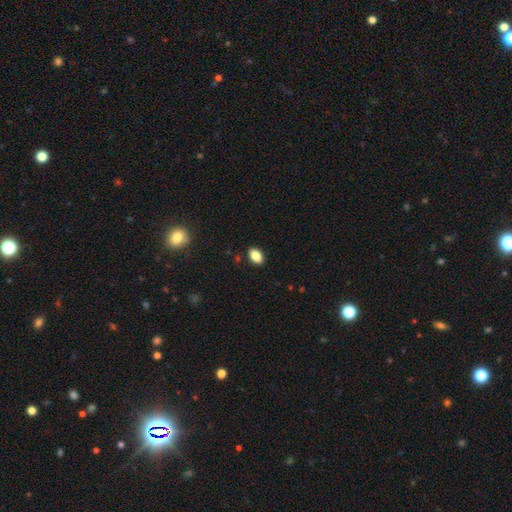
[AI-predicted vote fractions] The model was most divided on "how rounded": in between: 87%, round: 11%, cigar-shaped: 2%. More confident: merging — none (89%); smooth or featured — smooth (86%).